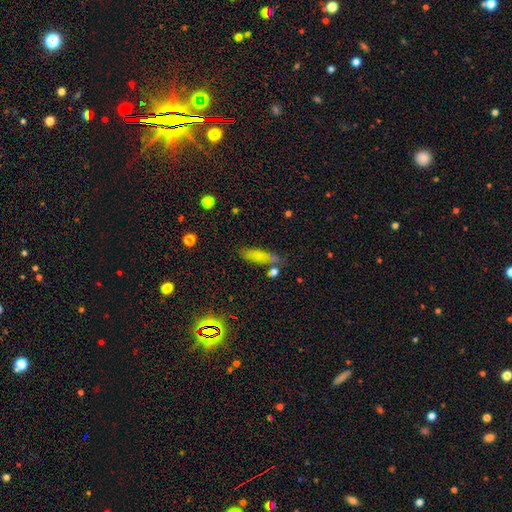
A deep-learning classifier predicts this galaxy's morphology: Overall: smooth (59%; star or artifact 25%). How rounded: cigar-shaped (62%; in between 32%). Merging: none (67%).